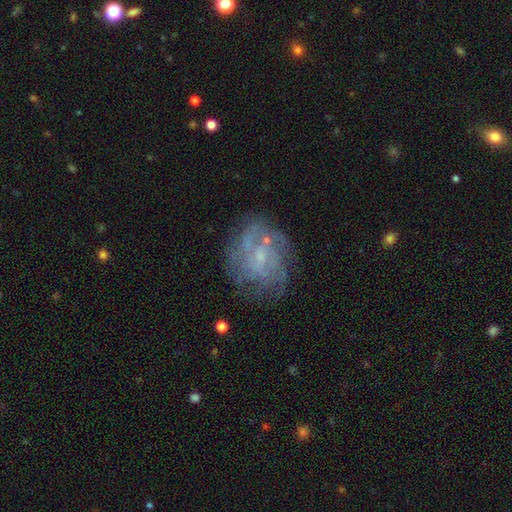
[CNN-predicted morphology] type=featured or disk (65%); edge-on=no (97%); bar=no (57%); spiral arms=yes (75%); bulge=small (67%); merging=none (71%).